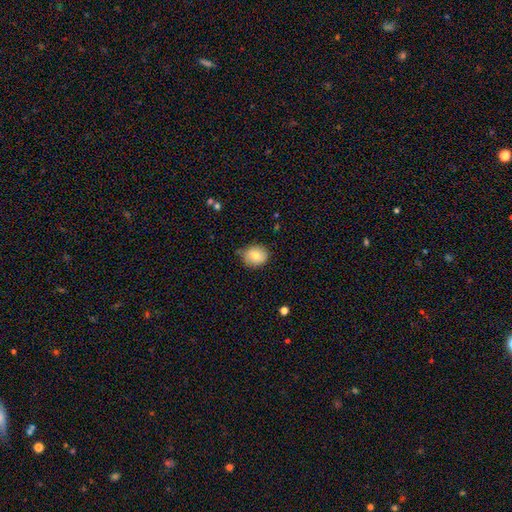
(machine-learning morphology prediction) smooth 78%, featured or disk 14%, star or artifact 8%. Down the decision tree: how rounded — round (69%); merging — none (73%).